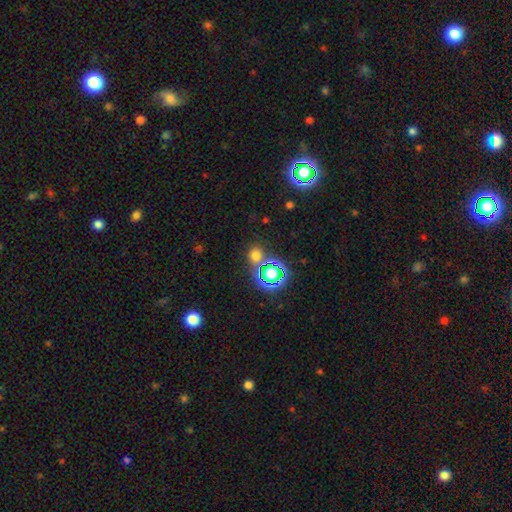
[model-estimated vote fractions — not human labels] Q: Smooth or featured?
A: smooth (60%); runner-up: star or artifact (33%)
Q: How rounded?
A: round (78%); runner-up: in between (21%)
Q: Merging?
A: none (75%); runner-up: merger (12%)